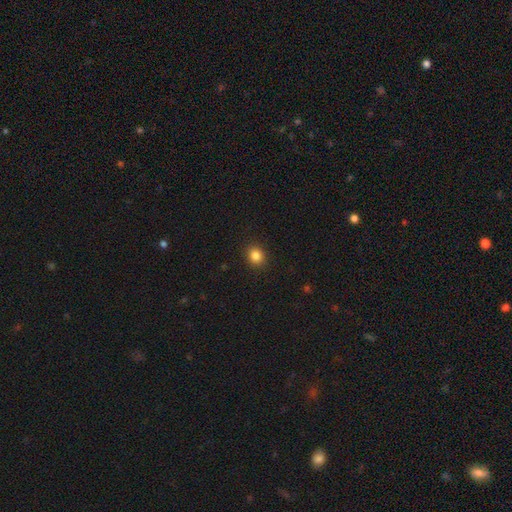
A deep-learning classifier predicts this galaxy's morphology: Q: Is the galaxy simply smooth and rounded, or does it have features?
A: smooth — 85%.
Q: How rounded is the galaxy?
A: round — 75%.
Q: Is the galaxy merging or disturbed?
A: none — 91%.